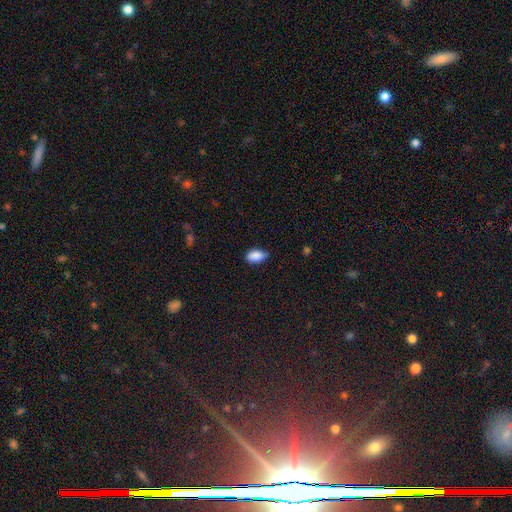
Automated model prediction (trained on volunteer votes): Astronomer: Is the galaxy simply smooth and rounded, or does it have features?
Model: smooth — 88%.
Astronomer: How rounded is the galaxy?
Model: in between — 92%.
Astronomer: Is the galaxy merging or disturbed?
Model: none — 70%.